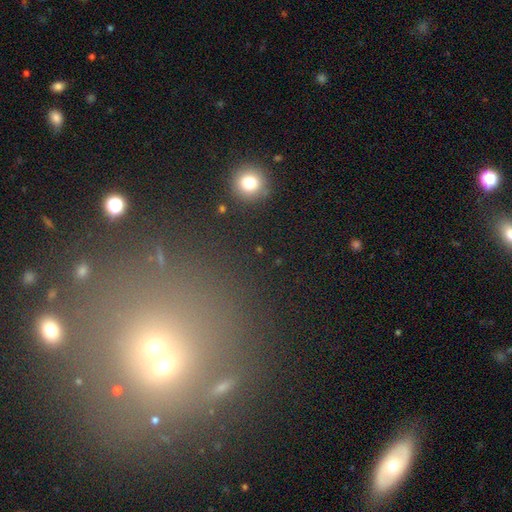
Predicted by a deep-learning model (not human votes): Smooth or featured? smooth (43%)
Merging? none (68%)